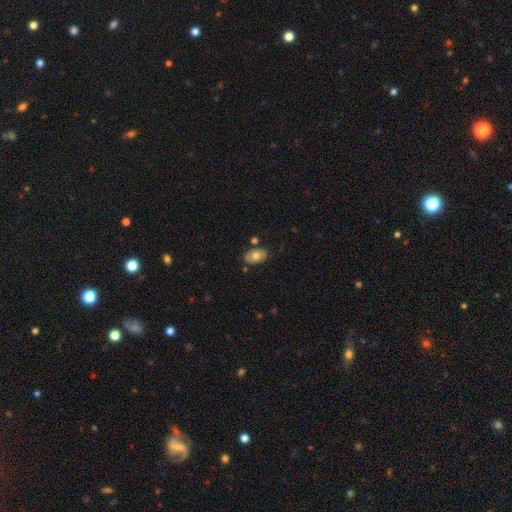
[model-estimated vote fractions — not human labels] Smooth or featured: smooth — 66% (featured or disk — 27%)
How rounded: in between — 87% (round — 12%)
Merging: none — 78% (minor disturbance — 13%)